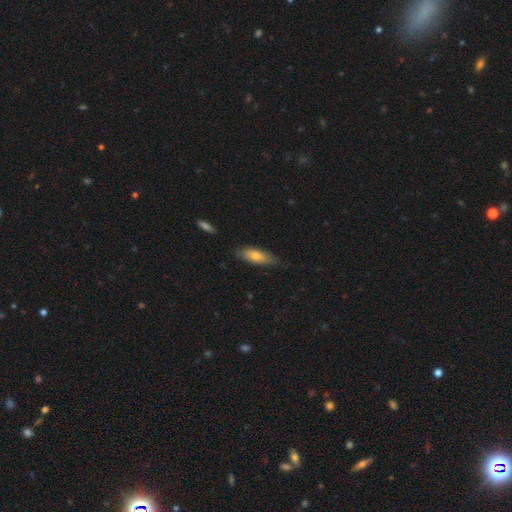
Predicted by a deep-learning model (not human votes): A smooth galaxy with no disk features (68%) that is in between round and cigar-shaped (67%). Merging: none (72%).